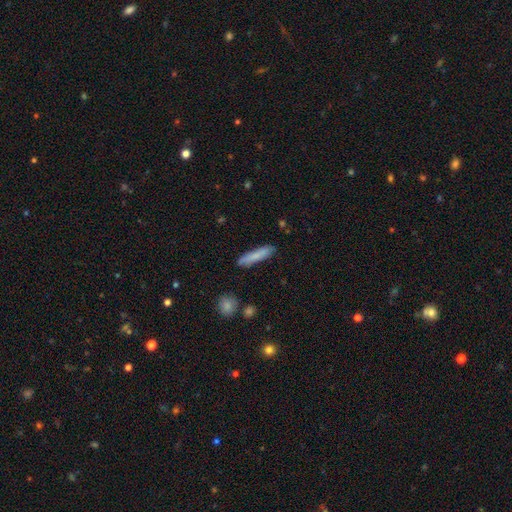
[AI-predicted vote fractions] Q: Smooth or featured?
A: smooth (78%); runner-up: featured or disk (15%)
Q: How rounded?
A: cigar-shaped (87%); runner-up: in between (12%)
Q: Merging?
A: none (83%); runner-up: minor disturbance (12%)